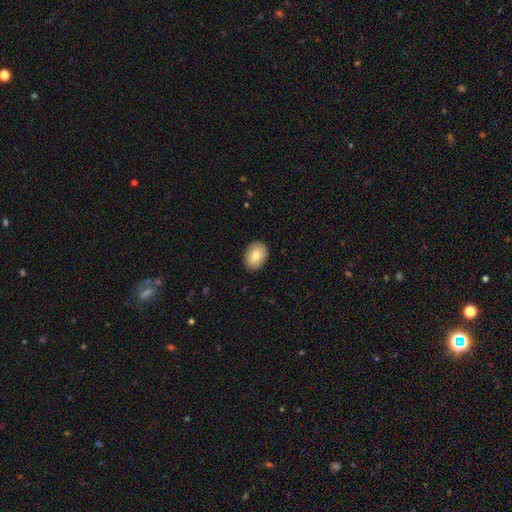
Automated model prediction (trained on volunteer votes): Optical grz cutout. It shows a smooth galaxy with no disk features (80%) that is in between round and cigar-shaped (73%). Merging: none (88%).